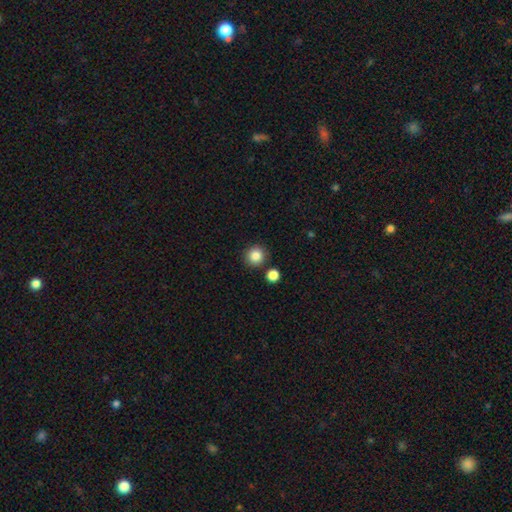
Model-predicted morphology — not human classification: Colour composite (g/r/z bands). It shows a smooth galaxy with no disk features (85%) that is round (91%). Merging: none (85%).